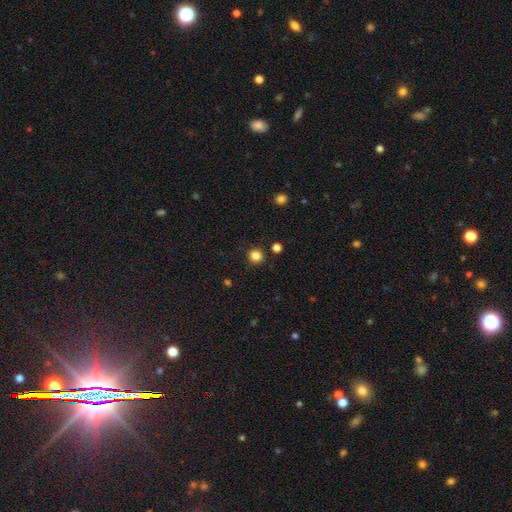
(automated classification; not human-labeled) A smooth galaxy with no disk features (84%) that is round (91%). Merging: none (89%).